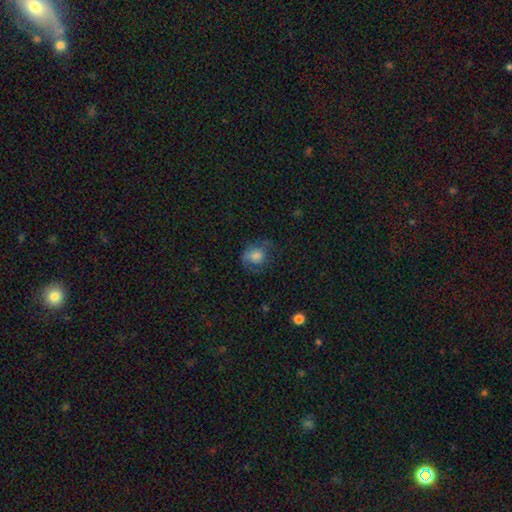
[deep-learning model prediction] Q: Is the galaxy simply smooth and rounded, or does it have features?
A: smooth — 59%.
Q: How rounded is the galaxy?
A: round — 66%.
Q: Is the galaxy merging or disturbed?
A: none — 55%.